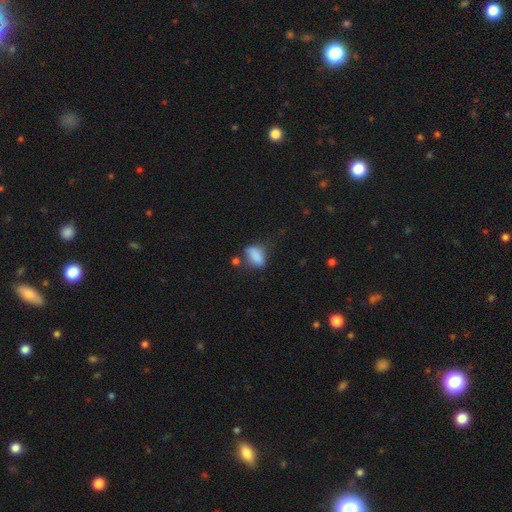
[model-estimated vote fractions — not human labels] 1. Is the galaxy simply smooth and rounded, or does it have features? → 81% smooth, 10% featured or disk, 9% star or artifact.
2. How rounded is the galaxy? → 82% in between, 9% round, 9% cigar-shaped.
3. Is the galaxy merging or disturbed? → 53% none, 29% minor disturbance, 11% major disturbance, 8% merger.